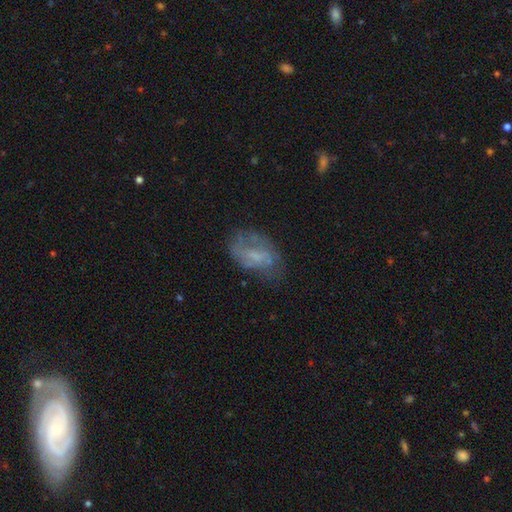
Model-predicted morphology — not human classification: A featured or disk galaxy (53%) with no bar (52%), spiral arms (55%) and a small central bulge (40%). Merging: none (54%).